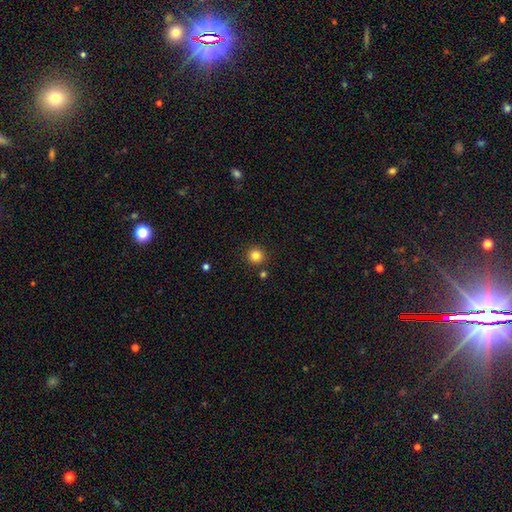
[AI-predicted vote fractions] smooth_or_featured: smooth (p=0.83) [alt: star or artifact p=0.13]
how_rounded: round (p=0.94) [alt: in between p=0.05]
merging: none (p=0.89) [alt: minor disturbance p=0.05]